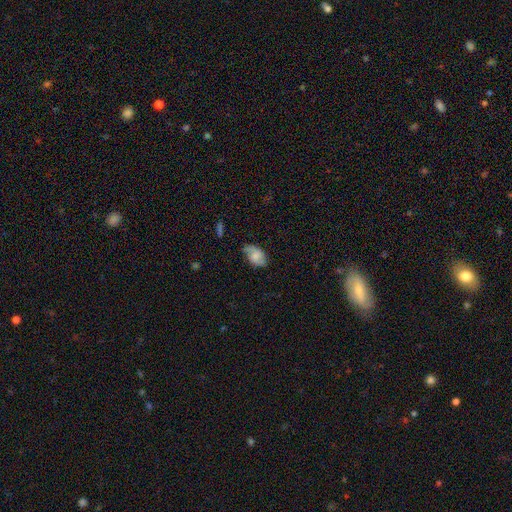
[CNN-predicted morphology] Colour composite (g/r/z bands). It shows a smooth galaxy with no disk features (53%) that is in between round and cigar-shaped (87%). Merging: none (57%).